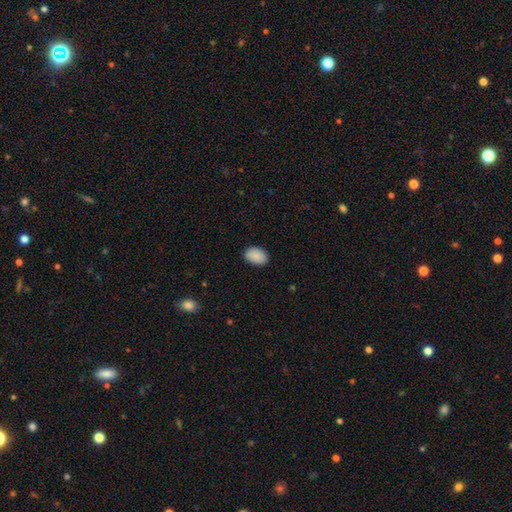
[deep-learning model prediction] Smooth or featured: smooth — 90% (star or artifact — 7%)
How rounded: in between — 87% (round — 12%)
Merging: none — 86% (minor disturbance — 11%)